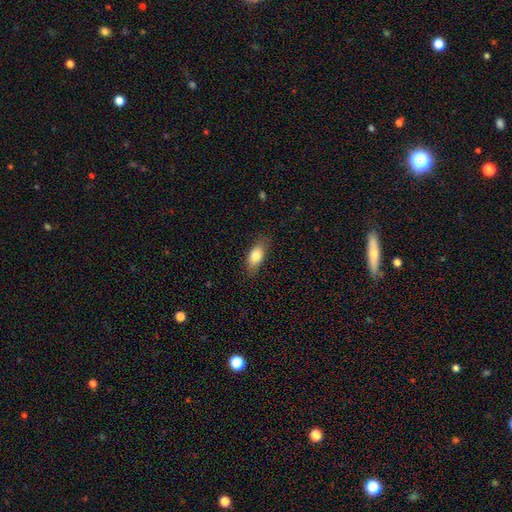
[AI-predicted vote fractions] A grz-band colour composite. It shows a smooth galaxy with no disk features (79%) that is in between round and cigar-shaped (85%). Merging: none (80%).